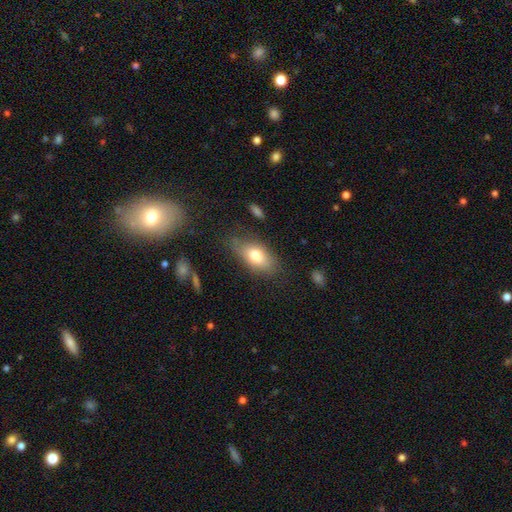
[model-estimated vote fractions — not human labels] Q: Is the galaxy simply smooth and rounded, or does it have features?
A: smooth — 75%.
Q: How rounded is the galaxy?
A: in between — 88%.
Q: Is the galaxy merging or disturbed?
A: none — 68%.